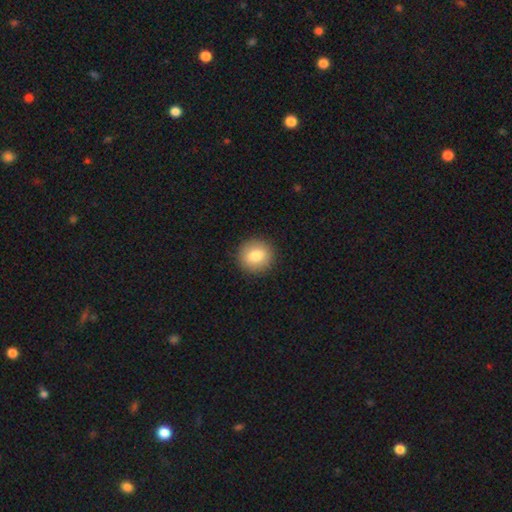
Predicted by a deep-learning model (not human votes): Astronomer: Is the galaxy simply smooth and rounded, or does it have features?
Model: smooth — 81%.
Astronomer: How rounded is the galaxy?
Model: round — 88%.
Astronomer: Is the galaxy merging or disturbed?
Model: none — 91%.